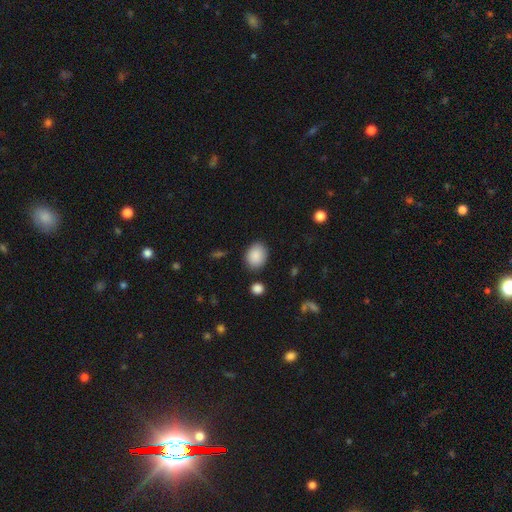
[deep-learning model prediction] The model was most divided on "how rounded": in between: 56%, round: 43%, cigar-shaped: 1%. More confident: smooth or featured — smooth (89%); merging — none (84%).